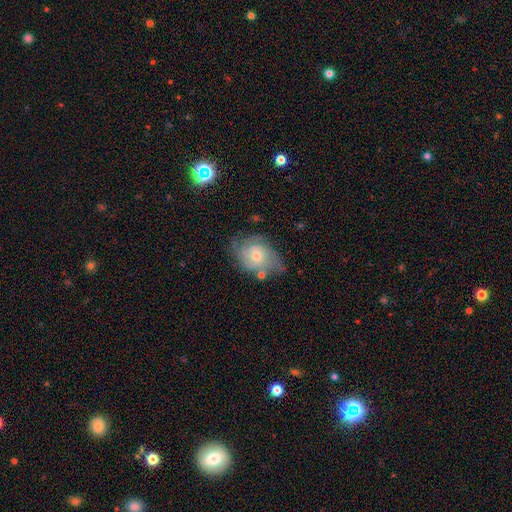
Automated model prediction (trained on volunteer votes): Q: Smooth or featured?
A: featured or disk (62%); runner-up: smooth (28%)
Q: Edge-on disk?
A: no (96%); runner-up: yes (4%)
Q: Bar?
A: no (76%); runner-up: weak (21%)
Q: Spiral arms?
A: yes (82%); runner-up: no (18%)
Q: Bulge size?
A: small (48%); tied with: moderate (48%)
Q: Merging?
A: none (55%); runner-up: minor disturbance (27%)